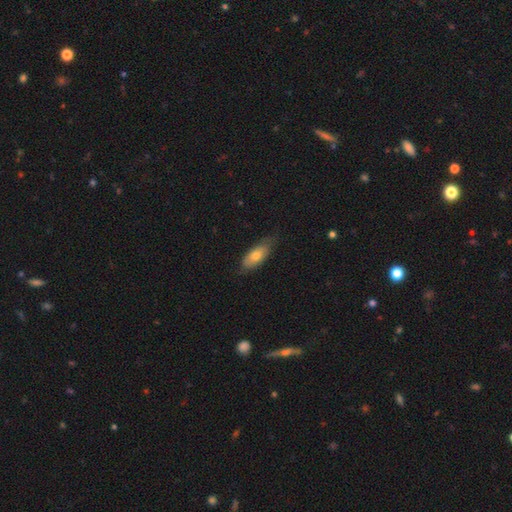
A smooth galaxy with no disk features (69%) that is in between round and cigar-shaped (81%).

Vote fractions:
- Smooth or featured? smooth: 69% / featured or disk: 28% / star or artifact: 3%
- How rounded? in between: 81% / cigar-shaped: 15% / round: 4%
- Merging? none: 71% / minor disturbance: 18% / major disturbance: 11% / merger: 0%